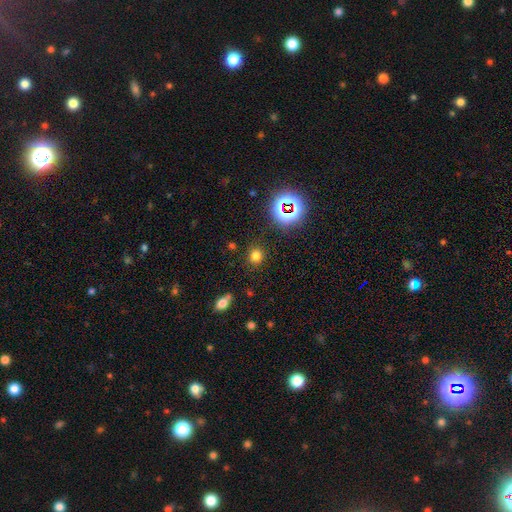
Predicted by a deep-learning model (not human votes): smooth_or_featured: smooth (p=0.72) [alt: star or artifact p=0.22]
how_rounded: round (p=0.77) [alt: in between p=0.21]
merging: none (p=0.84) [alt: minor disturbance p=0.10]